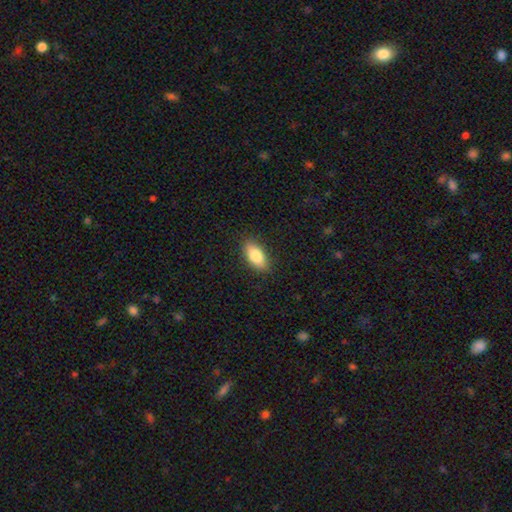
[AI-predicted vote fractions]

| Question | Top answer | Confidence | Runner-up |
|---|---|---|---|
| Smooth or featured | smooth | 83% | featured or disk (10%) |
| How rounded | in between | 88% | cigar-shaped (8%) |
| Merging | none | 88% | minor disturbance (9%) |